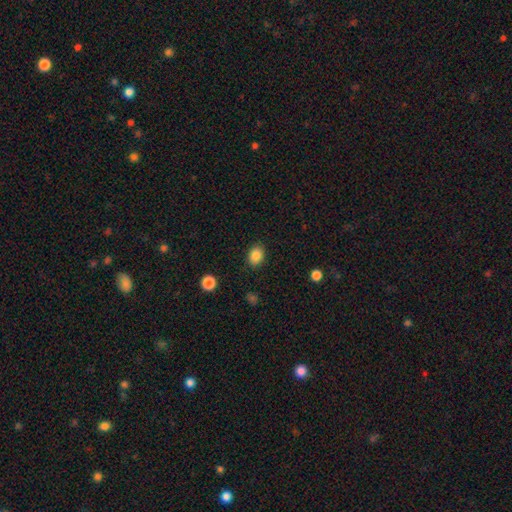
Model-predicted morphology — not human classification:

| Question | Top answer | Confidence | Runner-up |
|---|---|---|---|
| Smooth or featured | smooth | 86% | star or artifact (9%) |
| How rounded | in between | 61% | round (38%) |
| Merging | none | 88% | minor disturbance (9%) |